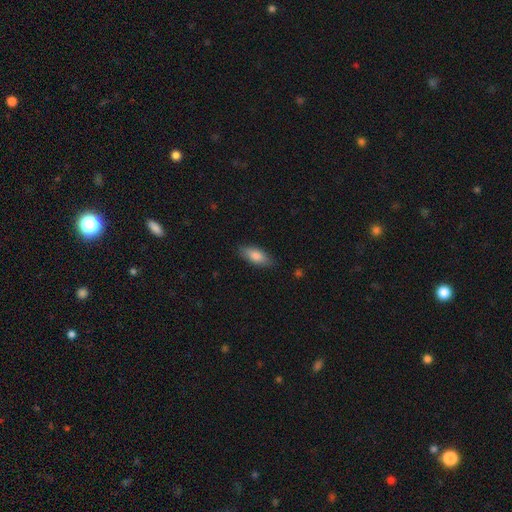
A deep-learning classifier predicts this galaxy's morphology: A smooth galaxy with no disk features (81%) that is in between round and cigar-shaped (79%).

Vote fractions:
- Smooth or featured? smooth: 81% / featured or disk: 12% / star or artifact: 6%
- How rounded? in between: 79% / cigar-shaped: 18% / round: 2%
- Merging? none: 85% / minor disturbance: 12% / major disturbance: 2% / merger: 1%